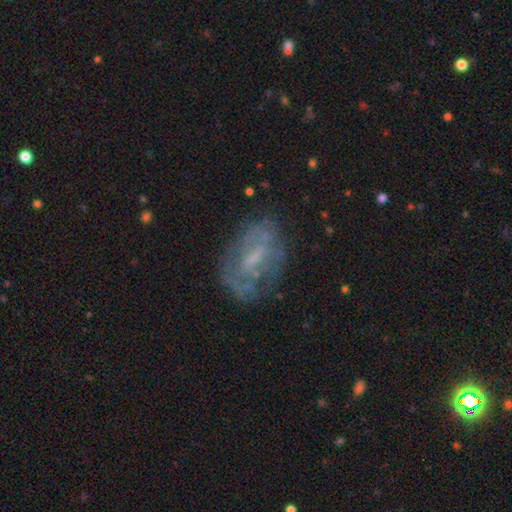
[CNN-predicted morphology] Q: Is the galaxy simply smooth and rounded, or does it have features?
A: featured or disk — 63%.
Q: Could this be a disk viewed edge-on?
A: no — 94%.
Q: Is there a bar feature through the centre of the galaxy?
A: weak — 48%.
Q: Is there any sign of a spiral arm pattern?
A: no — 53%.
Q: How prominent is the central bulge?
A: small — 40%.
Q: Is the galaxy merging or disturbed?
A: none — 61%.